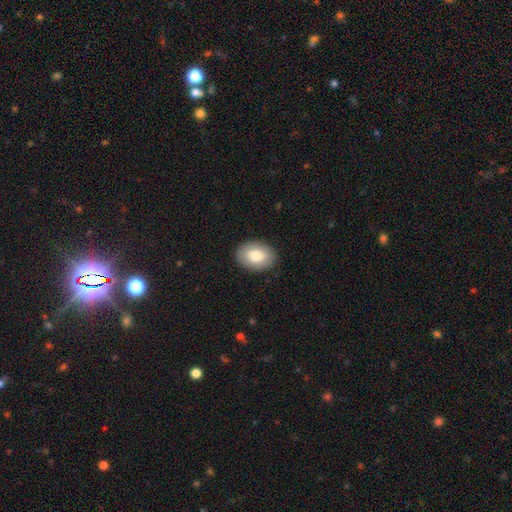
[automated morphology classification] Smooth or featured?
  - smooth: 82% *
  - featured or disk: 12%
  - star or artifact: 6%
How rounded?
  - in between: 80% *
  - round: 19%
  - cigar-shaped: 1%
Merging?
  - none: 89% *
  - minor disturbance: 8%
  - major disturbance: 2%
  - merger: 1%